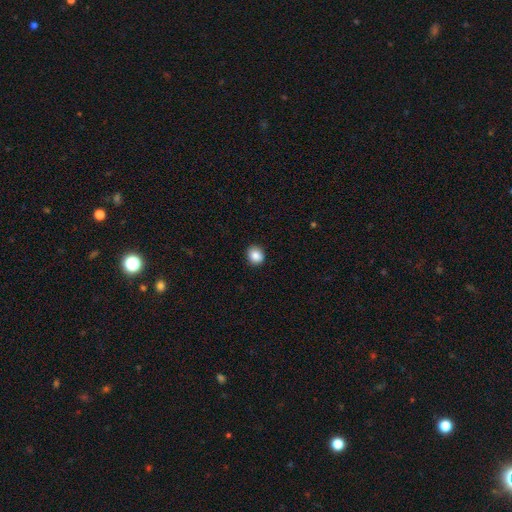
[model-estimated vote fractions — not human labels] Smooth or featured? Predicted: smooth (p=0.87). How rounded? Predicted: round (p=0.78). Merging? Predicted: none (p=0.91).